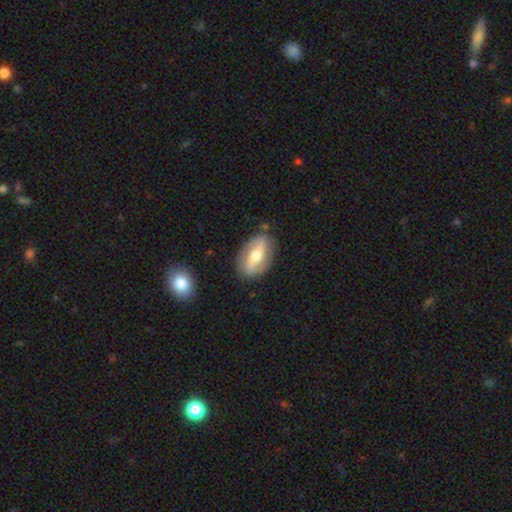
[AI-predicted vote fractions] This is likely a featured or disk galaxy (64%). It is clearly not viewed edge-on (88%). Bar: possibly strong (48%). Spiral arm pattern: likely yes (70%). Central bulge: likely moderate (68%). Merging: clearly none (81%).